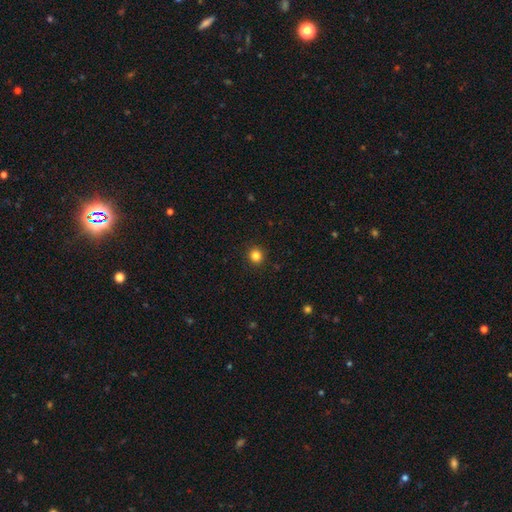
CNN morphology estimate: Overall: smooth (83%). How rounded: round (92%). Merging: none (92%).